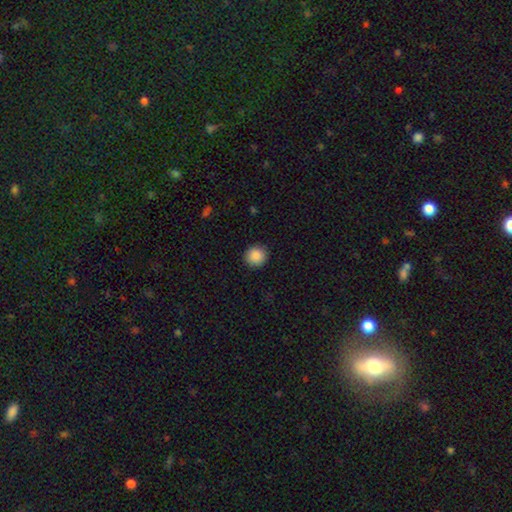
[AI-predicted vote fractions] Q: Smooth or featured?
A: smooth (89%); runner-up: star or artifact (8%)
Q: How rounded?
A: round (92%); runner-up: in between (7%)
Q: Merging?
A: none (91%); runner-up: minor disturbance (6%)